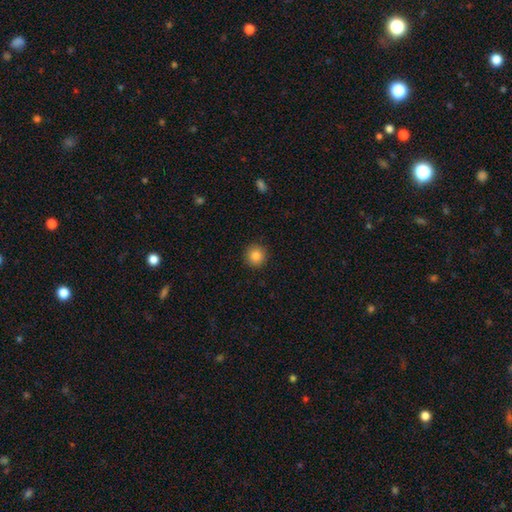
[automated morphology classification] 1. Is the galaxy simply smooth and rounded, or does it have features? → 86% smooth, 10% star or artifact, 5% featured or disk.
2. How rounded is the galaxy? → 94% round, 5% in between, 1% cigar-shaped.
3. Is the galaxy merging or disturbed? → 92% none, 5% minor disturbance, 2% major disturbance, 1% merger.